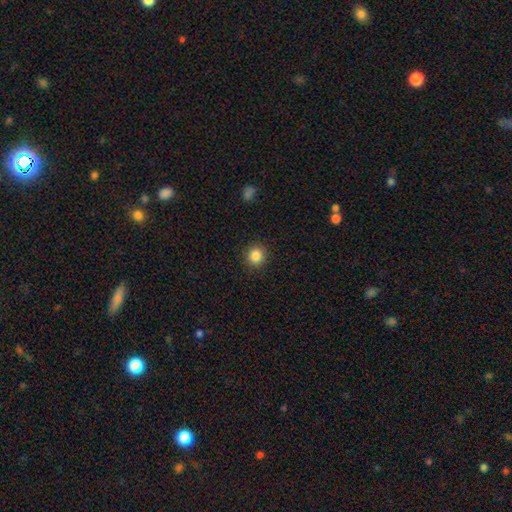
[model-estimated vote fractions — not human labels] This is clearly a smooth galaxy (85%). How rounded: clearly round (93%). Merging: clearly none (92%).